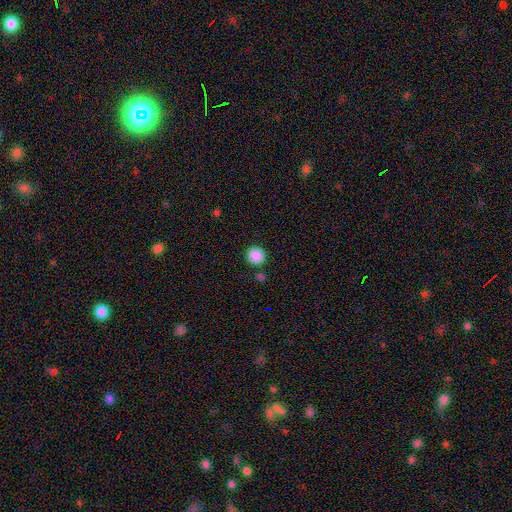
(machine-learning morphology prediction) Smooth or featured? Predicted: smooth (p=0.89). How rounded? Predicted: round (p=0.89). Merging? Predicted: none (p=0.85).